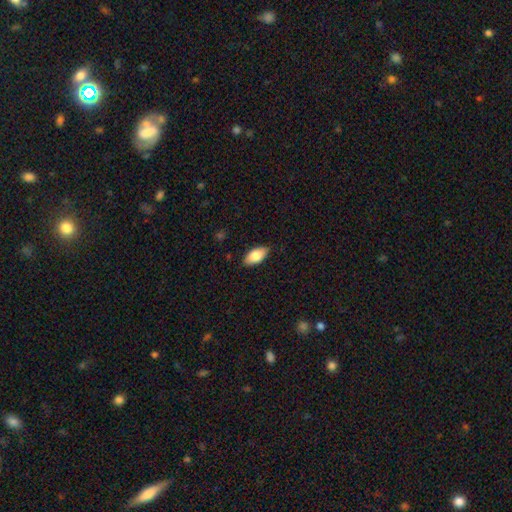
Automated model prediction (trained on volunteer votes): Q: Smooth or featured?
A: smooth (82%); runner-up: featured or disk (11%)
Q: How rounded?
A: in between (93%); runner-up: cigar-shaped (5%)
Q: Merging?
A: none (85%); runner-up: minor disturbance (12%)